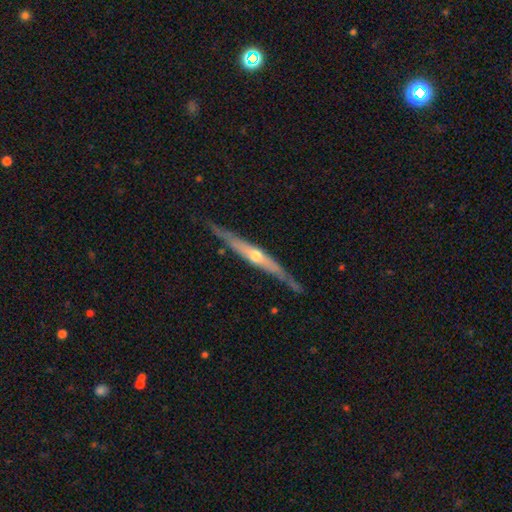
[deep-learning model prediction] Smooth or featured? featured or disk (76%)
Edge-on disk? yes (95%)
Edge-on bulge? rounded (86%)
Merging? none (78%)